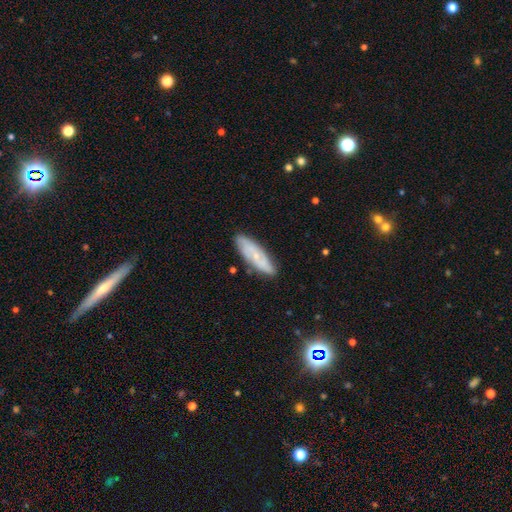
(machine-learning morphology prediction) Overall: featured or disk (47%; smooth 45%). Merging: none (82%).